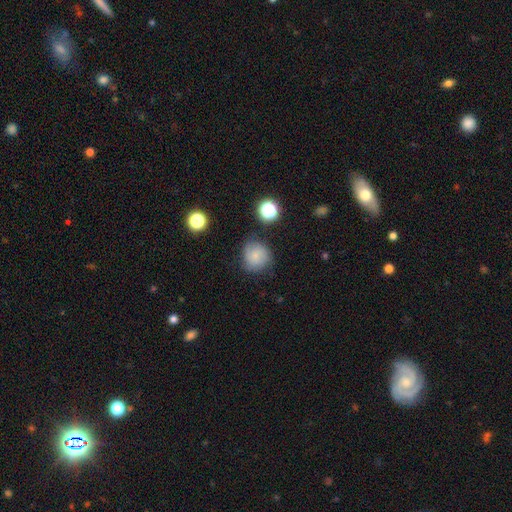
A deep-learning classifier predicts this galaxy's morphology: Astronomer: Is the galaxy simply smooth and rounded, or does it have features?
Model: smooth — 70%.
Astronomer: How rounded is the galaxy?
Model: round — 85%.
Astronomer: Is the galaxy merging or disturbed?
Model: none — 70%.